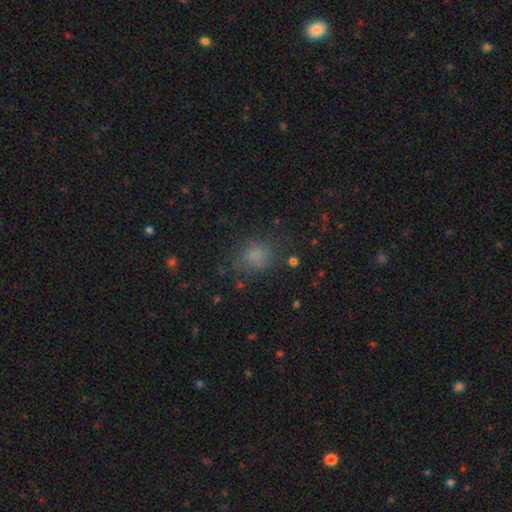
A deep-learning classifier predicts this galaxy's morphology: Overall: smooth (77%). How rounded: round (65%; in between 34%). Merging: none (72%).